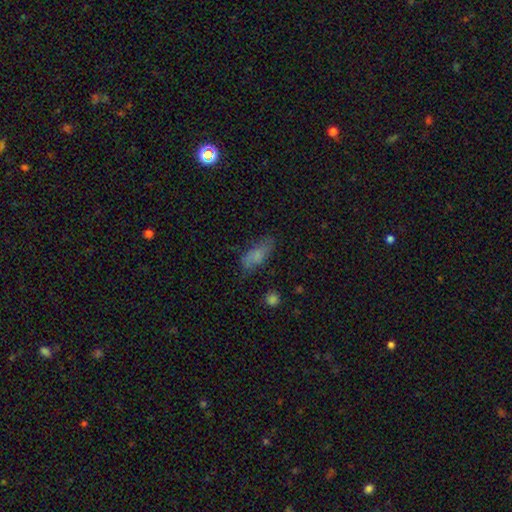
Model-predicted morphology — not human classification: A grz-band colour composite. It shows a smooth galaxy with no disk features (69%) that is in between round and cigar-shaped (76%). Merging: none (59%).